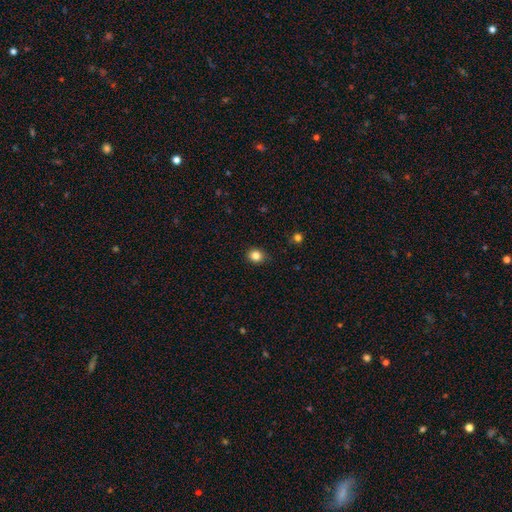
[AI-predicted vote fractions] Smooth or featured? Predicted: smooth (p=0.83). How rounded? Predicted: round (p=0.77). Merging? Predicted: none (p=0.88).